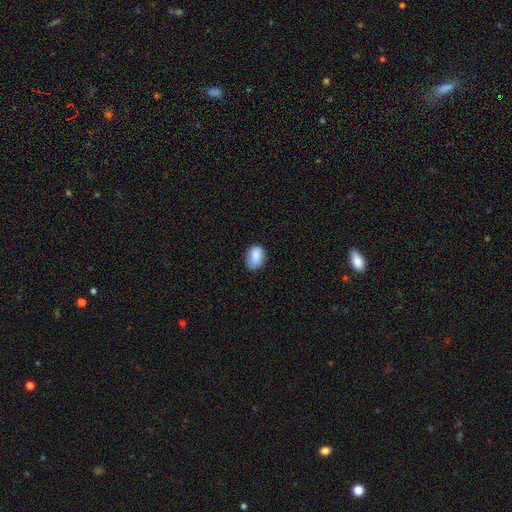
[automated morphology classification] The model was most divided on "how rounded": in between: 77%, round: 22%, cigar-shaped: 1%. More confident: smooth or featured — smooth (86%); merging — none (77%).